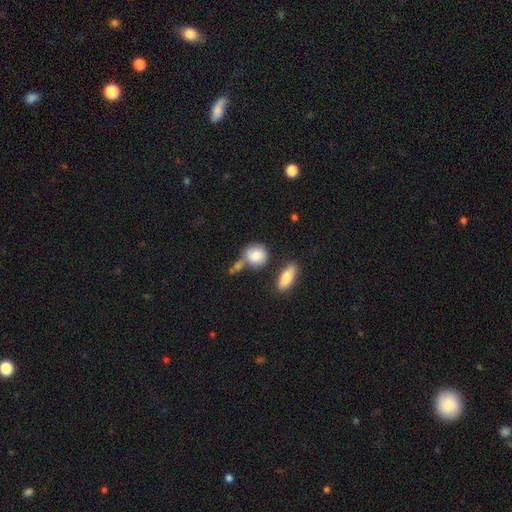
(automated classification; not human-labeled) A smooth galaxy with no disk features (84%) that is round (72%).

Vote fractions:
- Smooth or featured? smooth: 84% / featured or disk: 9% / star or artifact: 7%
- How rounded? round: 72% / in between: 26% / cigar-shaped: 3%
- Merging? none: 53% / merger: 21% / minor disturbance: 19% / major disturbance: 7%